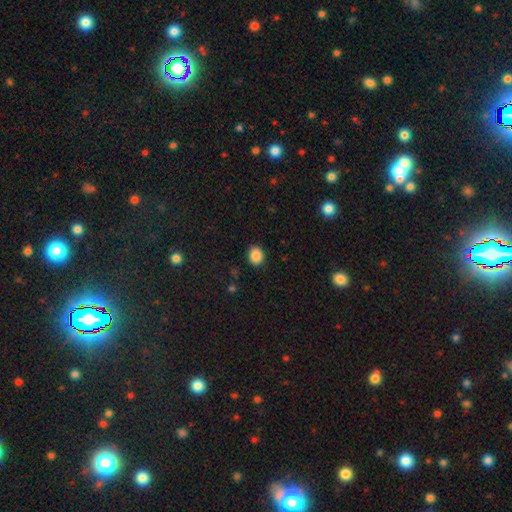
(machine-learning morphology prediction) A smooth galaxy with no disk features (87%) that is round (54%).

Vote fractions:
- Smooth or featured? smooth: 87% / star or artifact: 9% / featured or disk: 4%
- How rounded? round: 54% / in between: 46% / cigar-shaped: 1%
- Merging? none: 88% / minor disturbance: 9% / major disturbance: 2% / merger: 1%